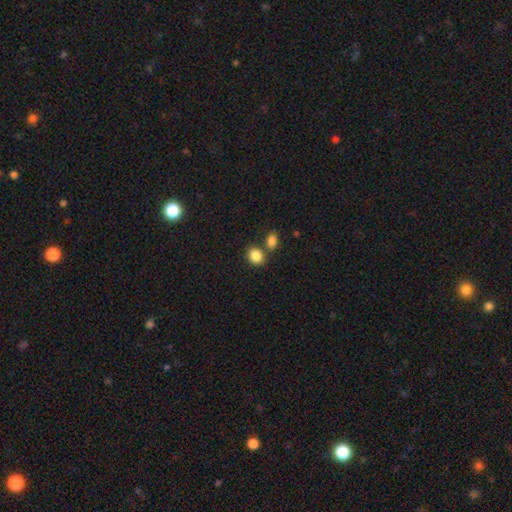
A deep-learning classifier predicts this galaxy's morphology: type=smooth (86%); roundness=round (63%); merging=none (64%).